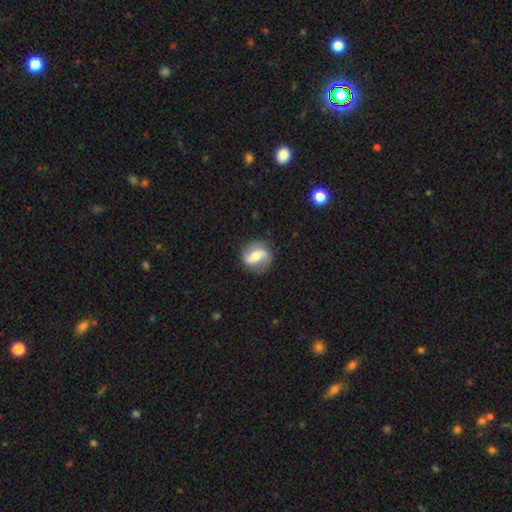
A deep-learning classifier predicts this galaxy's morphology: Overall: featured or disk (72%). Edge-on disk: no (97%). Bar: weak (38%; no 32%). Spiral arms: yes (90%). Spiral arm count: 2 (89%). Spiral winding: loose (41%; medium 39%). Bulge size: moderate (61%; small 30%). Merging: none (82%).